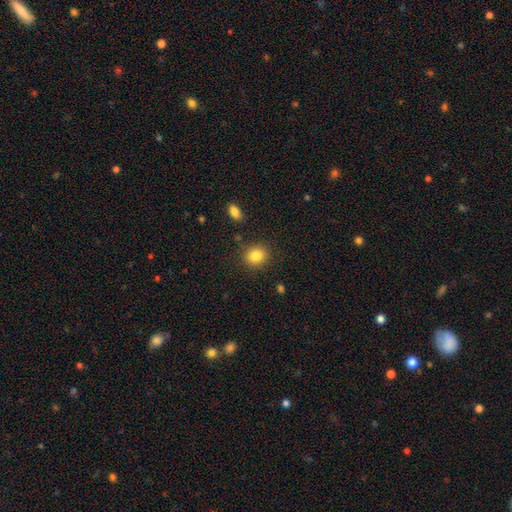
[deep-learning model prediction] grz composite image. It shows a smooth galaxy with no disk features (84%) that is round (69%). Merging: none (87%).